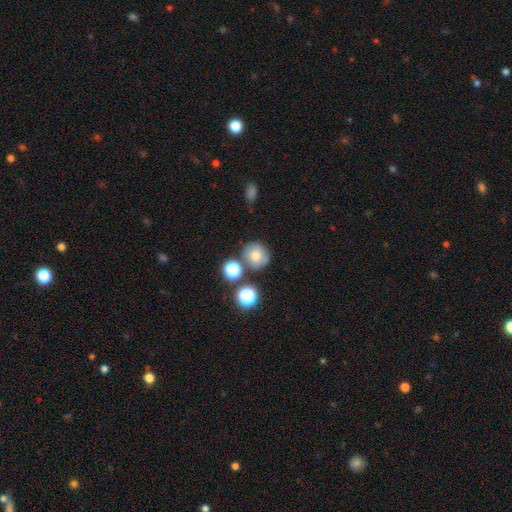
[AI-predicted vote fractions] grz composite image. It shows a smooth galaxy with no disk features (70%) that is round (88%). Merging: none (68%).